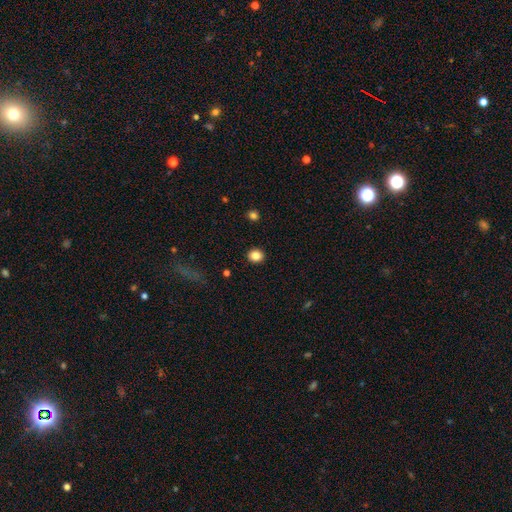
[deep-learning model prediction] Smooth or featured? smooth (85%)
How rounded? round (75%)
Merging? none (92%)